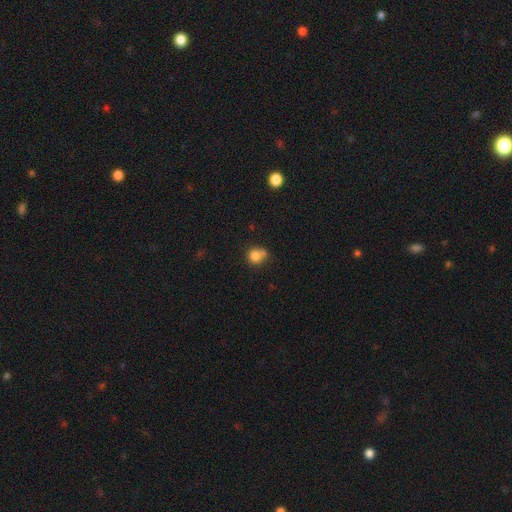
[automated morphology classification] type=smooth (81%); roundness=round (85%); merging=none (53%).